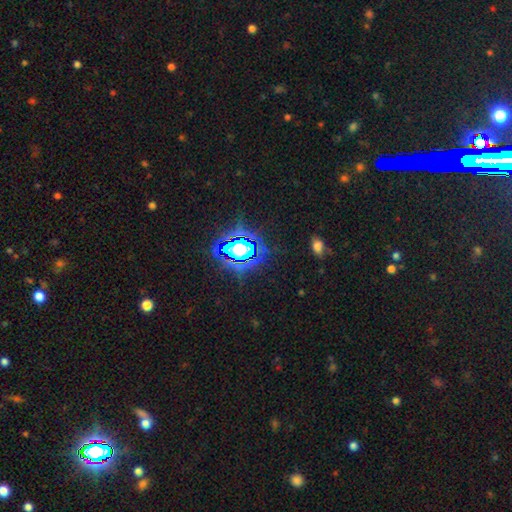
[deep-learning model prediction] Morphology: type=star or artifact (81%).